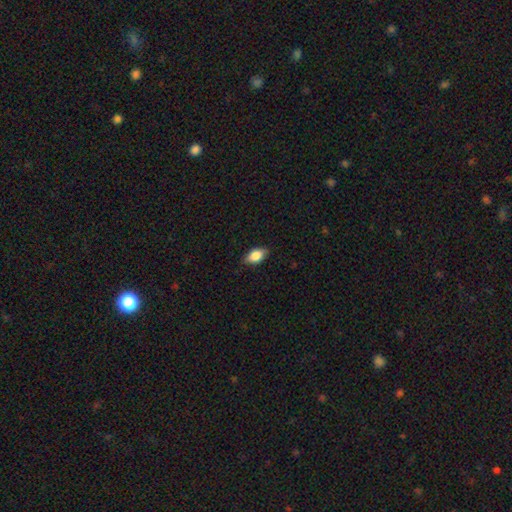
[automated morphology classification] smooth 81%, featured or disk 11%, star or artifact 7%. Down the decision tree: how rounded — in between (89%); merging — none (83%).